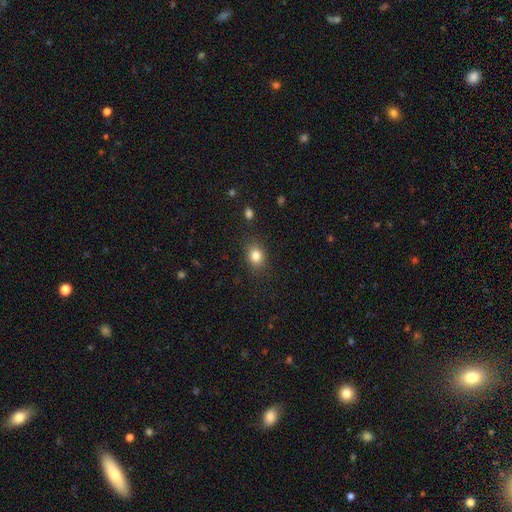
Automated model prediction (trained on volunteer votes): Q: Smooth or featured?
A: smooth (83%); runner-up: star or artifact (11%)
Q: How rounded?
A: in between (54%); runner-up: round (45%)
Q: Merging?
A: none (84%); runner-up: minor disturbance (11%)